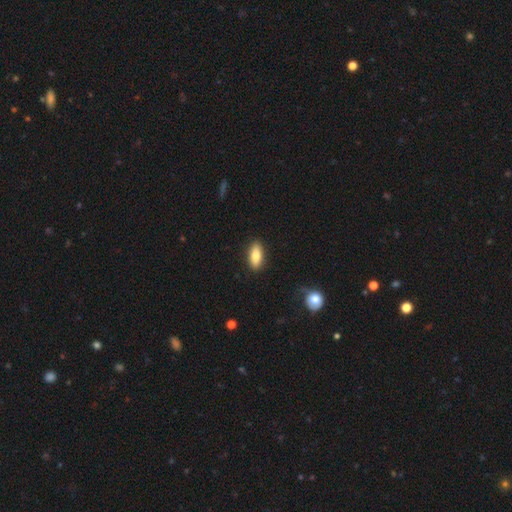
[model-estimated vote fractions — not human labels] Overall: smooth (82%). How rounded: in between (82%). Merging: none (88%).